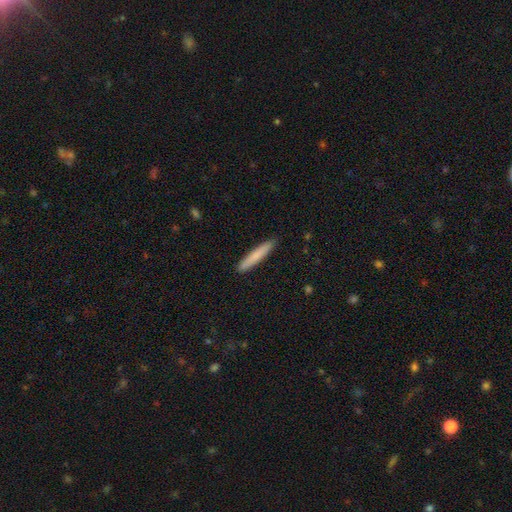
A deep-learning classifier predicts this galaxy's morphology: This is likely a smooth galaxy (76%). How rounded: clearly cigar-shaped (95%). Merging: clearly none (91%).